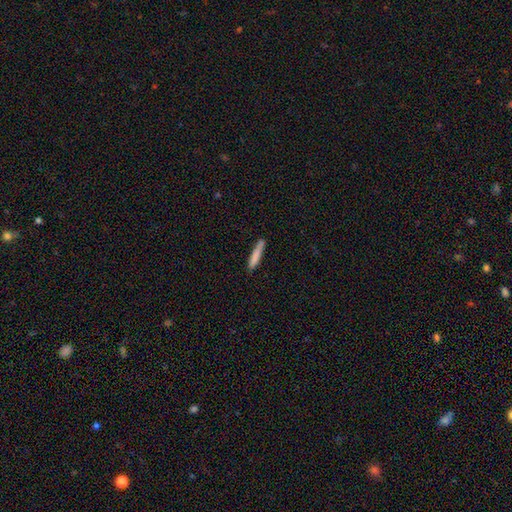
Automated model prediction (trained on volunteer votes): Smooth or featured? smooth (82%)
How rounded? cigar-shaped (92%)
Merging? none (81%)